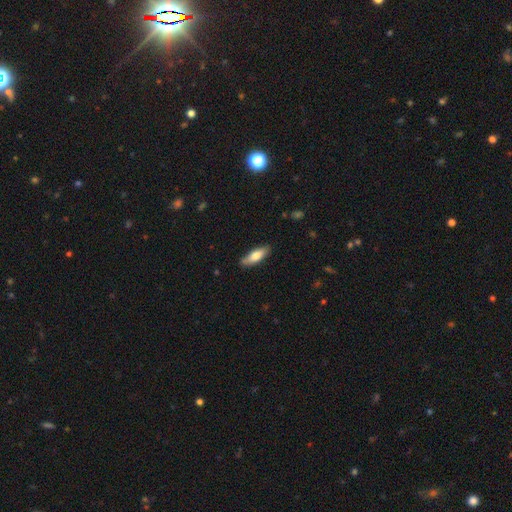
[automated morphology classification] type=smooth (73%); roundness=in between (54%); merging=none (84%).